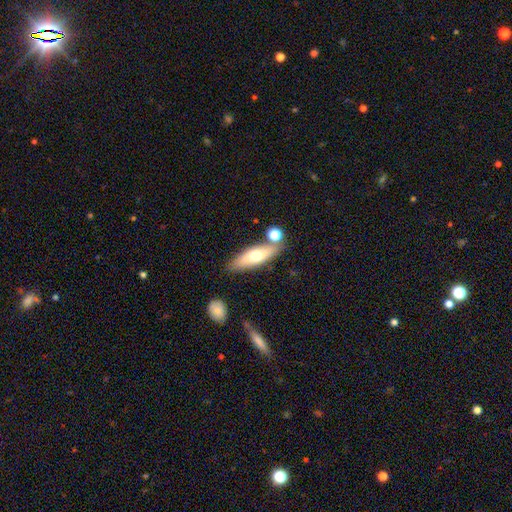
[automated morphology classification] Smooth or featured: smooth — 59% (featured or disk — 34%)
How rounded: cigar-shaped — 54% (in between — 43%)
Merging: none — 73% (minor disturbance — 13%)